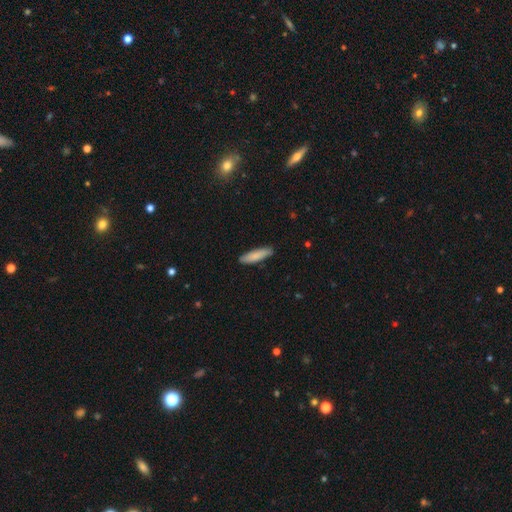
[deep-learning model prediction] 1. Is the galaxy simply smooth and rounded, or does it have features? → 84% smooth, 11% featured or disk, 6% star or artifact.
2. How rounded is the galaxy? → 73% cigar-shaped, 25% in between, 1% round.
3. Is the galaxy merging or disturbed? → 86% none, 11% minor disturbance, 2% major disturbance, 1% merger.